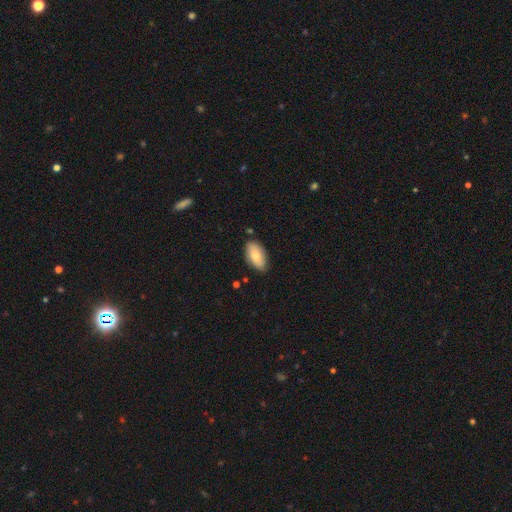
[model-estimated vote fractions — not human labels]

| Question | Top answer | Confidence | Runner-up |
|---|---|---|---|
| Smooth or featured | smooth | 75% | featured or disk (18%) |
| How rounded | in between | 93% | cigar-shaped (3%) |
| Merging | none | 81% | minor disturbance (15%) |